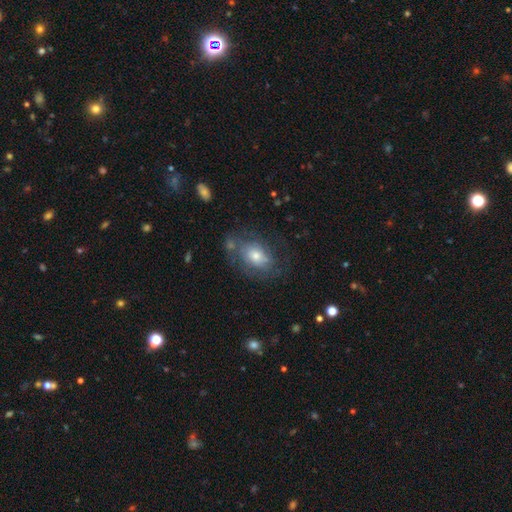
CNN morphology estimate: Smooth or featured? Predicted: smooth (p=0.46). Merging? Predicted: none (p=0.58).